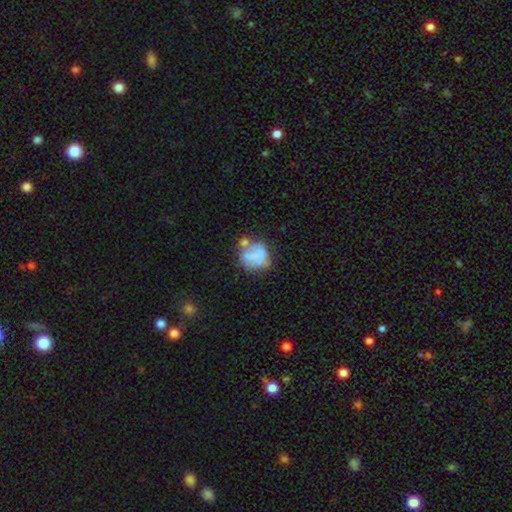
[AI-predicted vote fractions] Smooth or featured: smooth — 54% (featured or disk — 36%)
How rounded: round — 74% (in between — 25%)
Merging: none — 42% (minor disturbance — 23%)